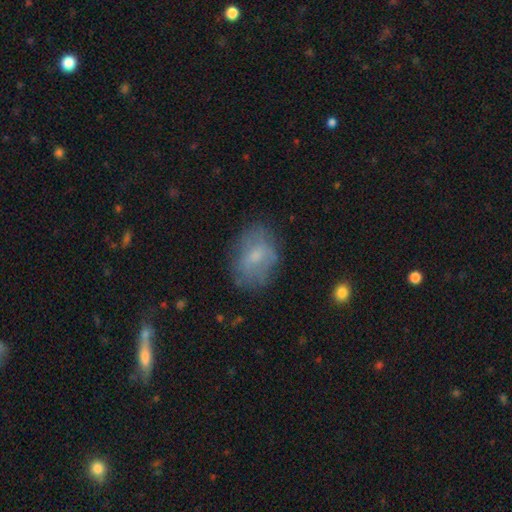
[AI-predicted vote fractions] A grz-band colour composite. It shows a smooth galaxy with no disk features (59%) that is in between round and cigar-shaped (73%). Merging: none (70%).